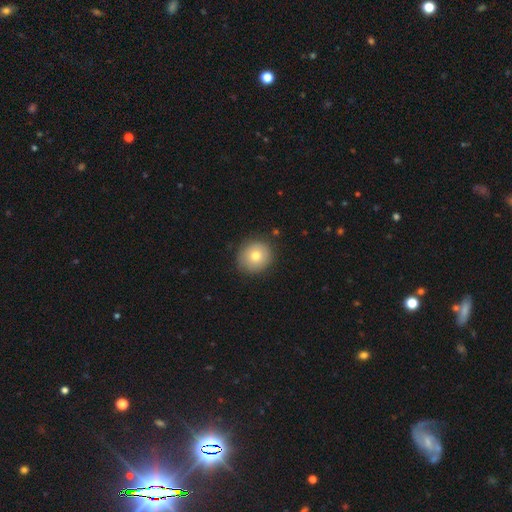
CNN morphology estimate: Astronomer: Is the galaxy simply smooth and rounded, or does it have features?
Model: smooth — 76%.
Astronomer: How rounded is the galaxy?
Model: round — 90%.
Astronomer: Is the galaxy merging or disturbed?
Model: none — 86%.